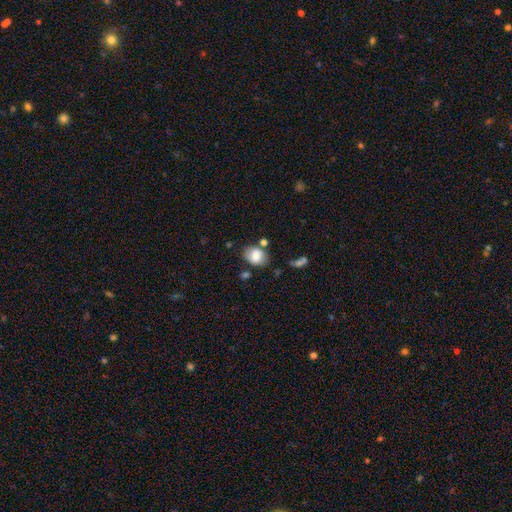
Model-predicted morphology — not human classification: Overall: smooth (77%). How rounded: in between (66%; round 33%). Merging: none (66%).